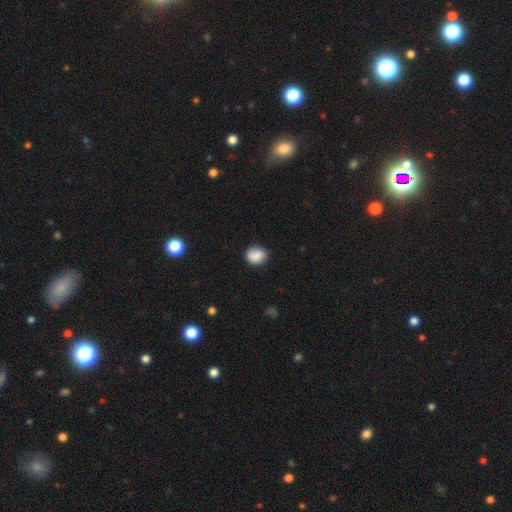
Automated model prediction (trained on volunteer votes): Q: Smooth or featured?
A: smooth (85%); runner-up: star or artifact (8%)
Q: How rounded?
A: round (68%); runner-up: in between (31%)
Q: Merging?
A: none (79%); runner-up: minor disturbance (16%)